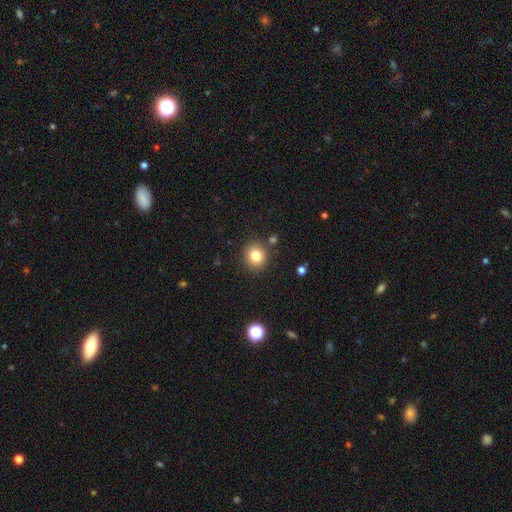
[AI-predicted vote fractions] Morphology: type=smooth (81%); roundness=round (82%); merging=none (85%).